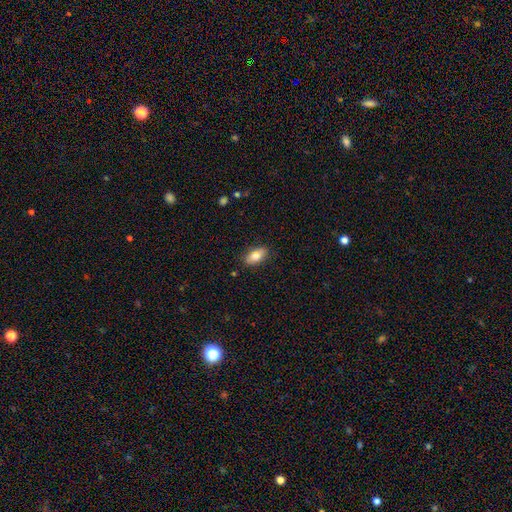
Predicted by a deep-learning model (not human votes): Smooth or featured? Predicted: smooth (p=0.80). How rounded? Predicted: in between (p=0.89). Merging? Predicted: none (p=0.87).